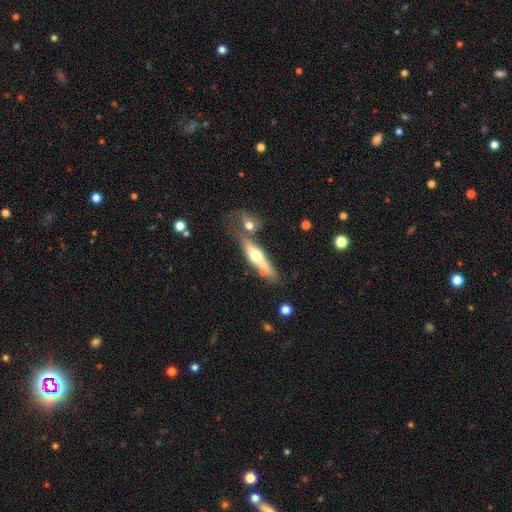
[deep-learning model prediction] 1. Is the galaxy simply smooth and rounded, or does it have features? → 56% featured or disk, 37% smooth, 6% star or artifact.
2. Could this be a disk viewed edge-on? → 89% yes, 11% no.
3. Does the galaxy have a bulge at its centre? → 92% rounded, 4% none, 4% boxy.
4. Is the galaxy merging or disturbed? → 59% none, 20% merger, 16% minor disturbance, 6% major disturbance.